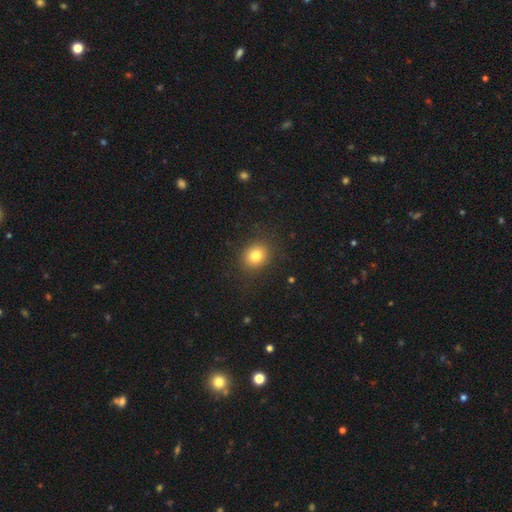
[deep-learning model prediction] smooth_or_featured: smooth (p=0.80) [alt: star or artifact p=0.12]
how_rounded: round (p=0.74) [alt: in between p=0.25]
merging: none (p=0.88) [alt: minor disturbance p=0.08]